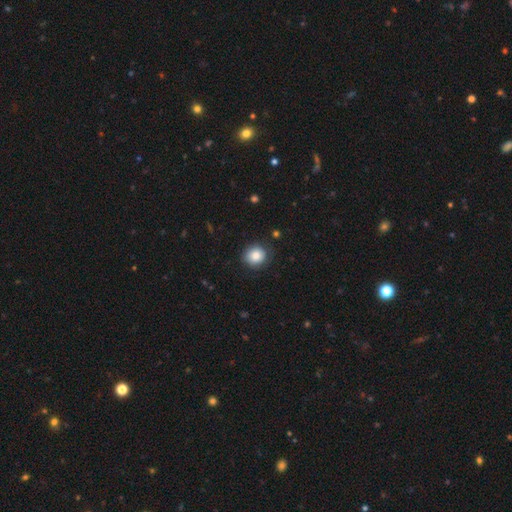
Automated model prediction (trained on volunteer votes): The model was most divided on "how rounded": round: 82%, in between: 17%, cigar-shaped: 1%. More confident: smooth or featured — smooth (84%); merging — none (82%).